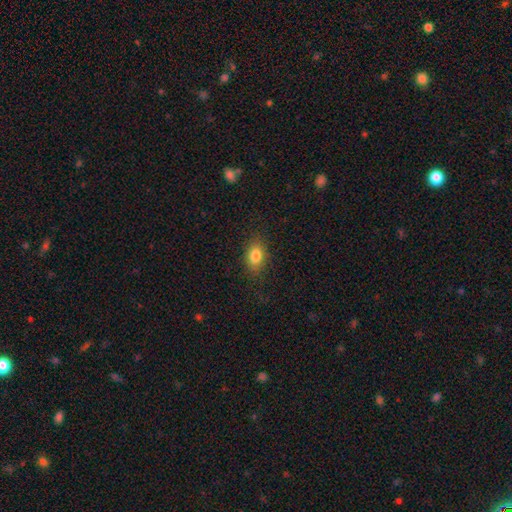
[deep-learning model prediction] This is clearly a smooth galaxy (82%). How rounded: likely in between (79%). Merging: clearly none (84%).